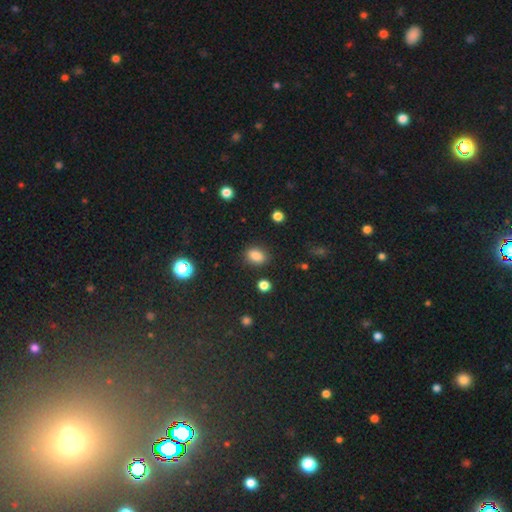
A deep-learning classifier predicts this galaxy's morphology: smooth 83%, star or artifact 12%, featured or disk 5%. Down the decision tree: how rounded — in between (69%); merging — none (84%).